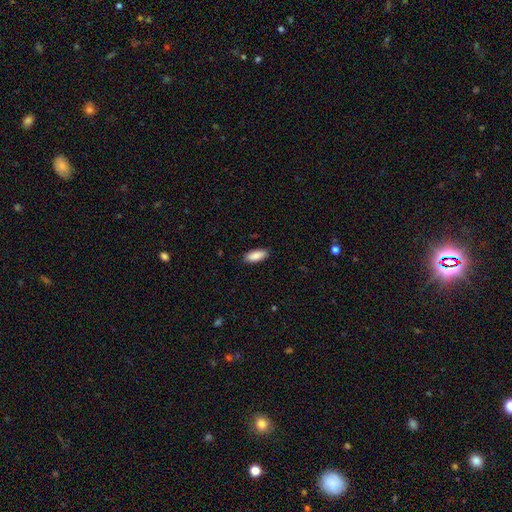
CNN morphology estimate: Smooth or featured? Predicted: smooth (p=0.89). How rounded? Predicted: in between (p=0.82). Merging? Predicted: none (p=0.89).